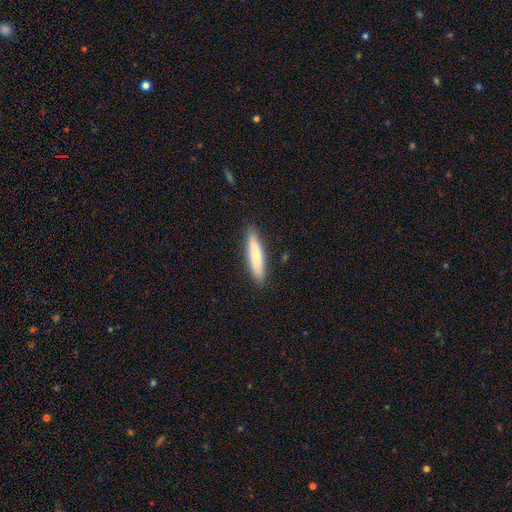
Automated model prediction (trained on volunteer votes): smooth-or-featured: smooth: 72% | featured or disk: 22% | star or artifact: 5%
  how-rounded: cigar-shaped: 85% | in between: 14% | round: 1%
  merging: none: 88% | minor disturbance: 9% | major disturbance: 2% | merger: 1%